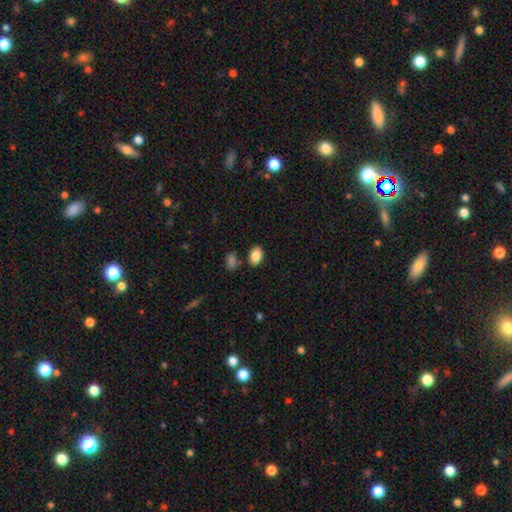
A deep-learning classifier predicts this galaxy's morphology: smooth_or_featured: smooth (p=0.86) [alt: star or artifact p=0.08]
how_rounded: in between (p=0.80) [alt: round p=0.18]
merging: none (p=0.79) [alt: minor disturbance p=0.11]